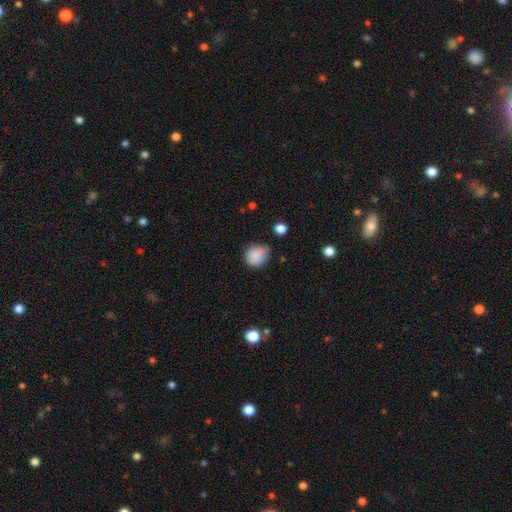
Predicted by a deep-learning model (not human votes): A smooth galaxy with no disk features (86%) that is round (74%). Merging: none (65%).